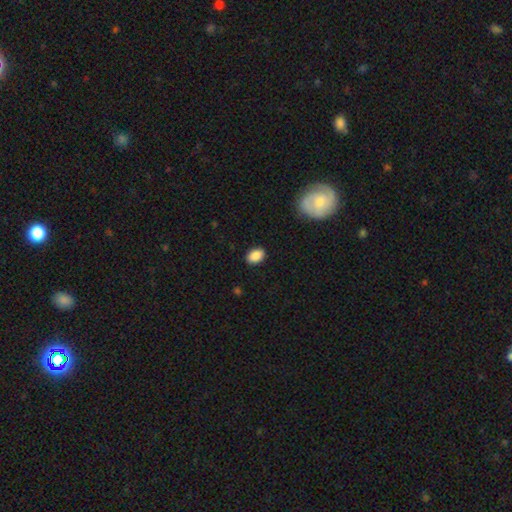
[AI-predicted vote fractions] The model was most divided on "how rounded": in between: 85%, round: 14%, cigar-shaped: 1%. More confident: merging — none (88%); smooth or featured — smooth (88%).